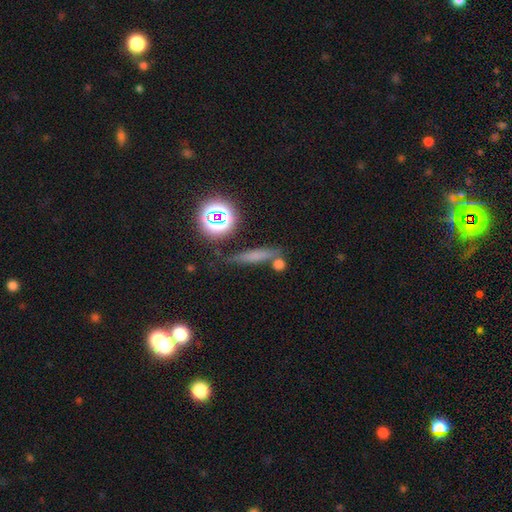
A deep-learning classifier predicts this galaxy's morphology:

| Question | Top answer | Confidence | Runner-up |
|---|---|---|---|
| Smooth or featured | smooth | 60% | featured or disk (20%) |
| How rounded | cigar-shaped | 76% | in between (14%) |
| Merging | none | 70% | minor disturbance (13%) |